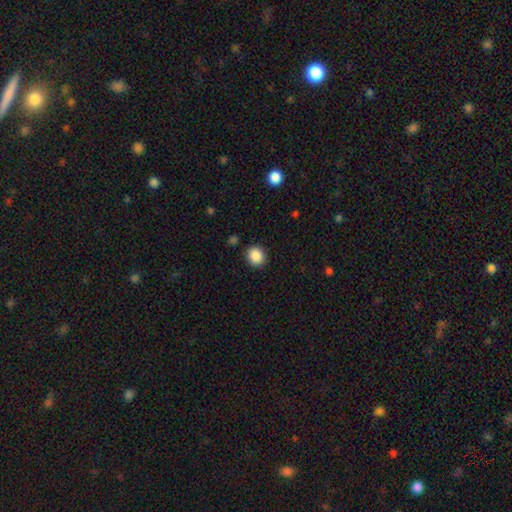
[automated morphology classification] Smooth or featured? smooth (88%)
How rounded? round (77%)
Merging? none (90%)